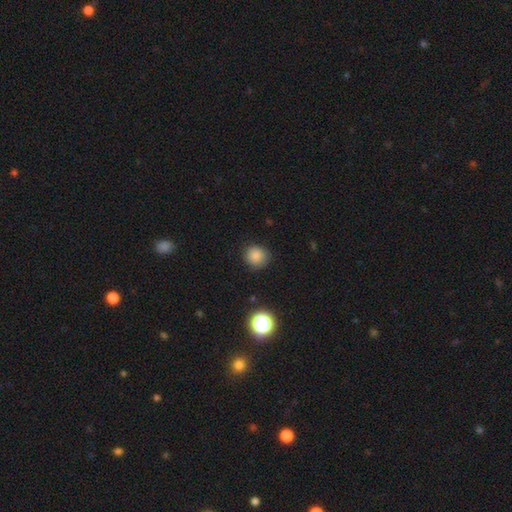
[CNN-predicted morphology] A smooth galaxy with no disk features (84%) that is round (90%). Merging: none (87%).